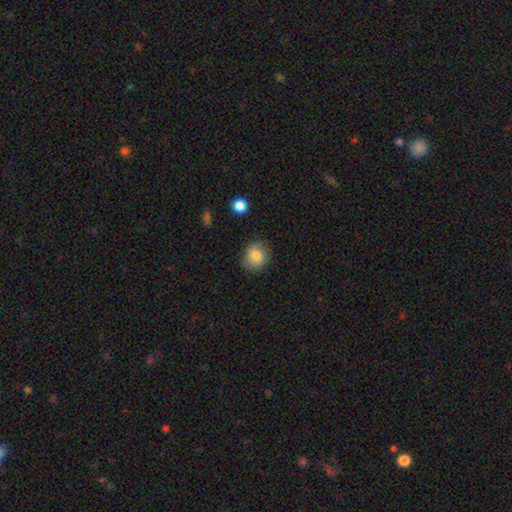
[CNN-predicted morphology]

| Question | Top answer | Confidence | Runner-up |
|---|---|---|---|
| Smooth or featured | smooth | 83% | star or artifact (9%) |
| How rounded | round | 75% | in between (24%) |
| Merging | none | 80% | minor disturbance (15%) |